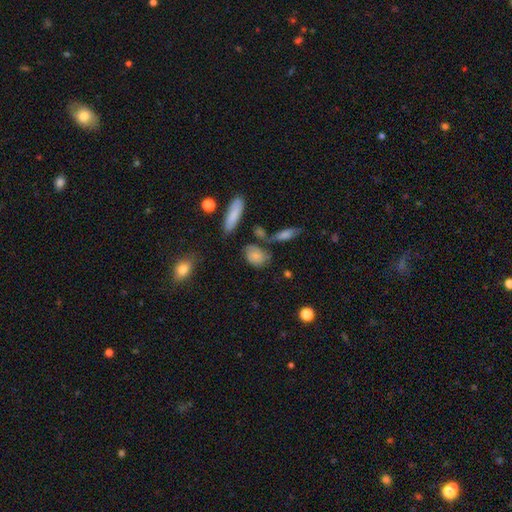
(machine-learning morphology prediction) The model was most divided on "merging": none: 53%, minor disturbance: 23%, merger: 12%, major disturbance: 12%. More confident: how rounded — in between (67%); smooth or featured — smooth (62%).